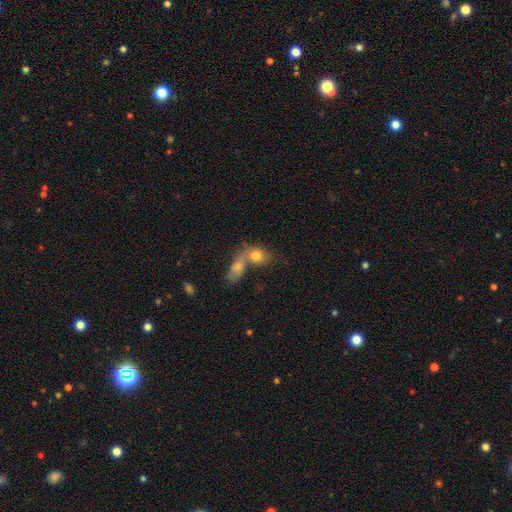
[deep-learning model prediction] Smooth or featured? smooth (76%)
How rounded? in between (54%)
Merging? merger (61%)